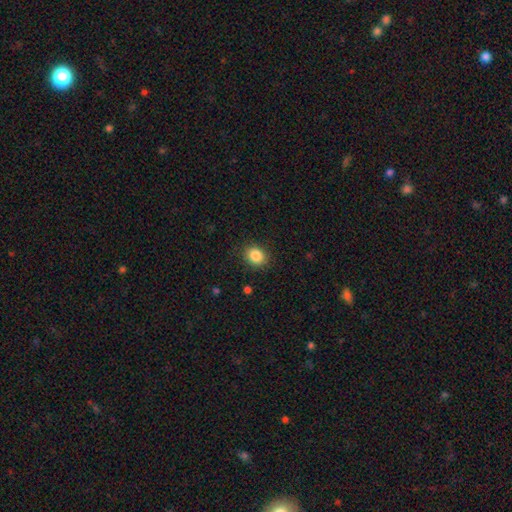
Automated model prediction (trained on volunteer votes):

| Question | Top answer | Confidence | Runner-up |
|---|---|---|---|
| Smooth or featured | smooth | 86% | star or artifact (10%) |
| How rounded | round | 65% | in between (34%) |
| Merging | none | 87% | minor disturbance (9%) |